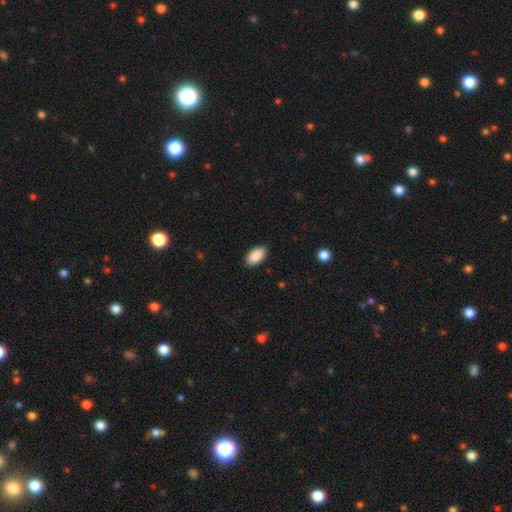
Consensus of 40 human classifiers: This is clearly a smooth galaxy (92%). How rounded: clearly in between (97%). Merging: clearly none (89%).